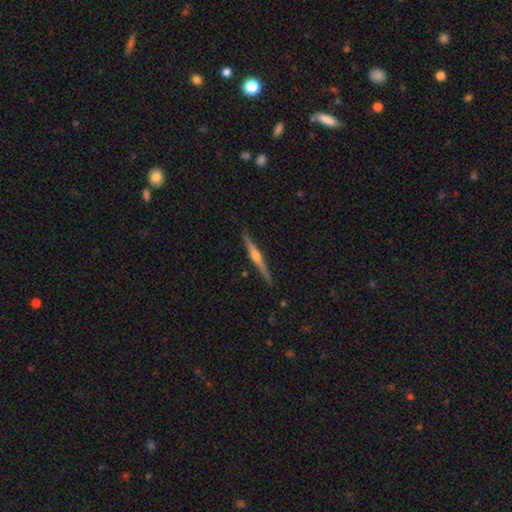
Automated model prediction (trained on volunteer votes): The model was most divided on "smooth or featured": featured or disk: 77%, smooth: 17%, star or artifact: 5%. More confident: edge-on disk — yes (98%); merging — none (90%); edge-on bulge — rounded (88%).